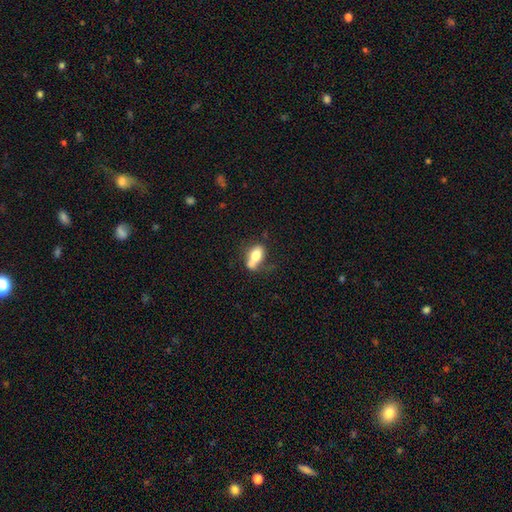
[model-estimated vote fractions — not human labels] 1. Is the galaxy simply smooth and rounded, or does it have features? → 71% smooth, 21% featured or disk, 8% star or artifact.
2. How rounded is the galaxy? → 80% in between, 14% round, 6% cigar-shaped.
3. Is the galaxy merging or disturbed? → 38% merger, 33% none, 18% minor disturbance, 11% major disturbance.